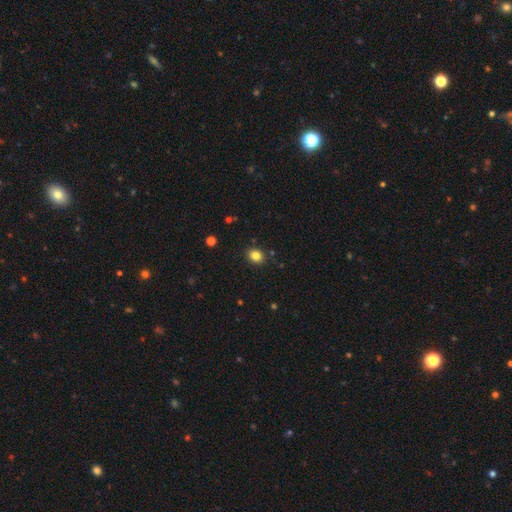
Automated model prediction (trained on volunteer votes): Smooth or featured?
  - smooth: 83% *
  - star or artifact: 11%
  - featured or disk: 6%
How rounded?
  - round: 64% *
  - in between: 35%
  - cigar-shaped: 1%
Merging?
  - none: 88% *
  - minor disturbance: 8%
  - major disturbance: 2%
  - merger: 2%